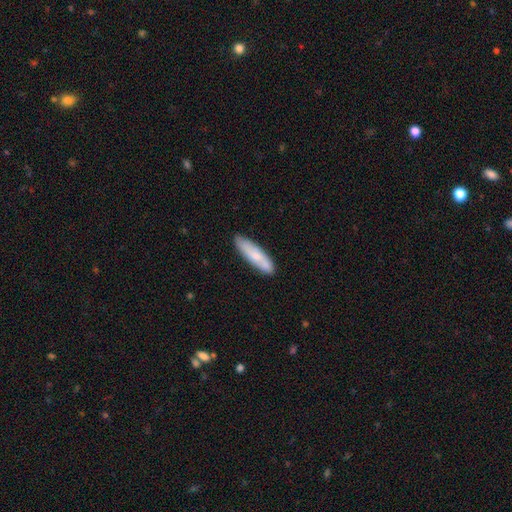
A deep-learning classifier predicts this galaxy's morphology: This appears to be a smooth galaxy with no disk features (68%) that is cigar-shaped (70%). Merging: none (78%).